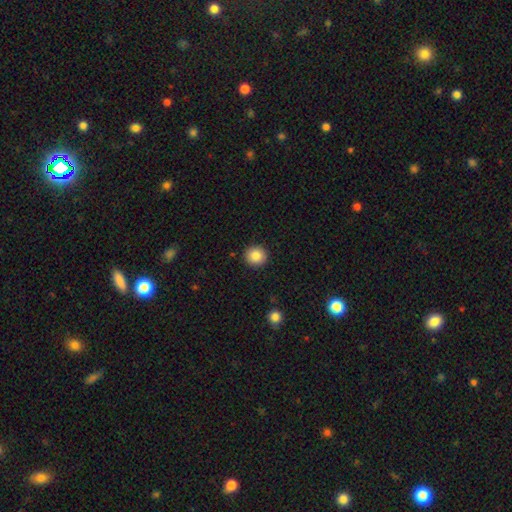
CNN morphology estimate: This is clearly a smooth galaxy (86%). How rounded: clearly round (93%). Merging: clearly none (92%).